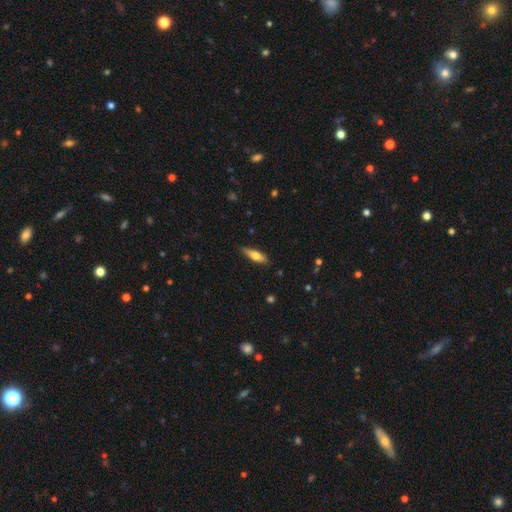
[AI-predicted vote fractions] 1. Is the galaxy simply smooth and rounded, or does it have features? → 62% smooth, 32% featured or disk, 6% star or artifact.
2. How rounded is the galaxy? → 59% cigar-shaped, 39% in between, 2% round.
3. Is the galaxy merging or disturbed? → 84% none, 13% minor disturbance, 2% major disturbance, 1% merger.